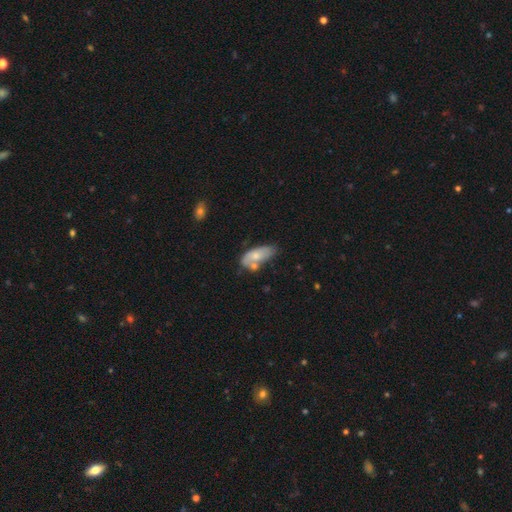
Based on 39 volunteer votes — Smooth or featured: smooth — 64% (featured or disk — 31%)
How rounded: in between — 88% (cigar-shaped — 8%)
Merging: merger — 38% (none — 32%)